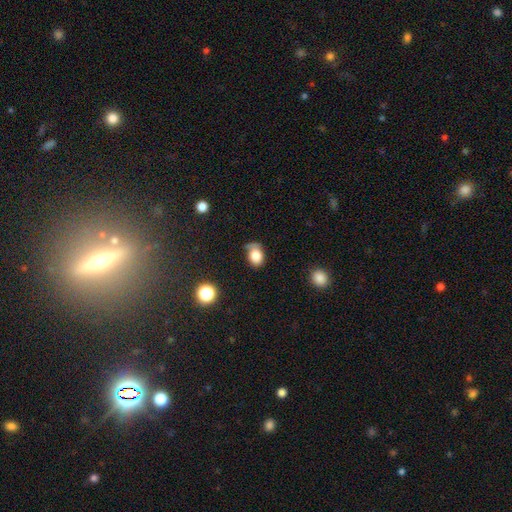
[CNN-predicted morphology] Smooth or featured? Predicted: smooth (p=0.80). How rounded? Predicted: in between (p=0.65). Merging? Predicted: none (p=0.45).